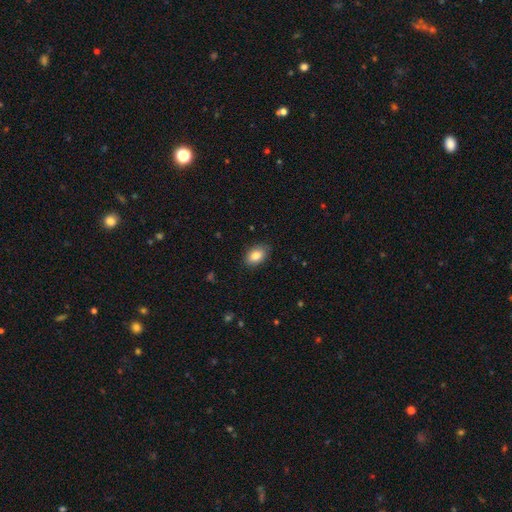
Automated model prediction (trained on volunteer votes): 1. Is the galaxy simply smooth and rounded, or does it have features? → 84% smooth, 8% featured or disk, 8% star or artifact.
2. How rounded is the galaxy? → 85% in between, 13% round, 1% cigar-shaped.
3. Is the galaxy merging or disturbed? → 86% none, 11% minor disturbance, 2% major disturbance, 1% merger.